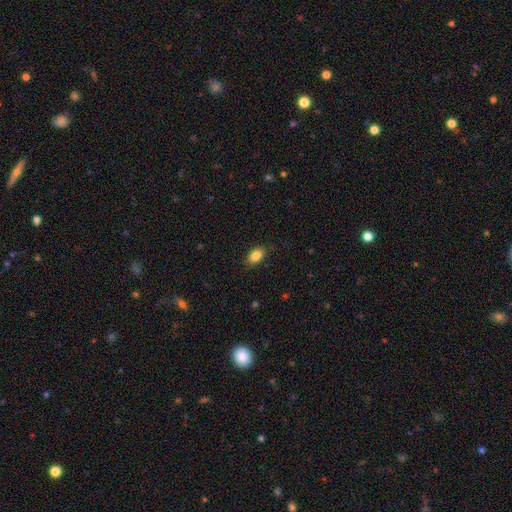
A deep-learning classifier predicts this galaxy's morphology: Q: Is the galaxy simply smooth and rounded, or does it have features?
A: smooth — 85%.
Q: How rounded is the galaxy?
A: in between — 88%.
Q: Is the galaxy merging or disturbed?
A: none — 86%.